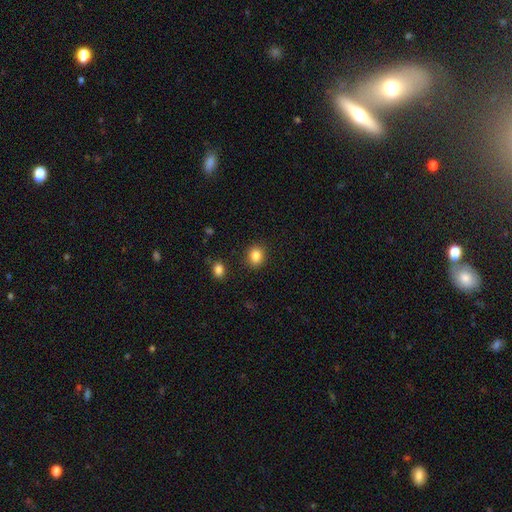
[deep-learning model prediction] A smooth galaxy with no disk features (85%) that is round (67%).

Vote fractions:
- Smooth or featured? smooth: 85% / star or artifact: 10% / featured or disk: 5%
- How rounded? round: 67% / in between: 32% / cigar-shaped: 1%
- Merging? none: 88% / minor disturbance: 7% / major disturbance: 2% / merger: 2%